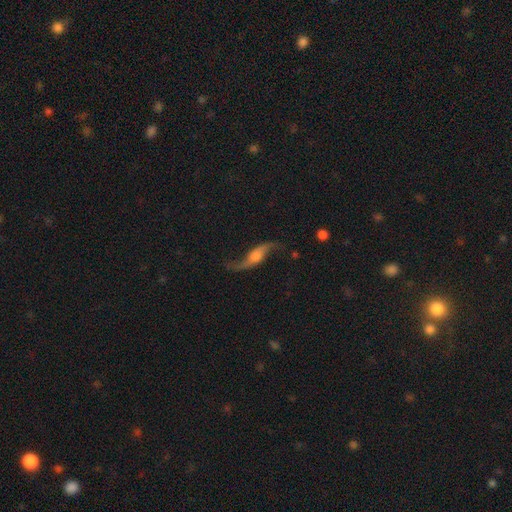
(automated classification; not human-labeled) The model was most divided on "bulge size": moderate: 33%, small: 21%, large: 21%, none: 19%, dominant: 5%. More confident: spiral arms — yes (95%); spiral arm count — 2 (94%); spiral winding — loose (93%); edge-on disk — no (86%); smooth or featured — featured or disk (84%); merging — none (73%); bar — no (55%).